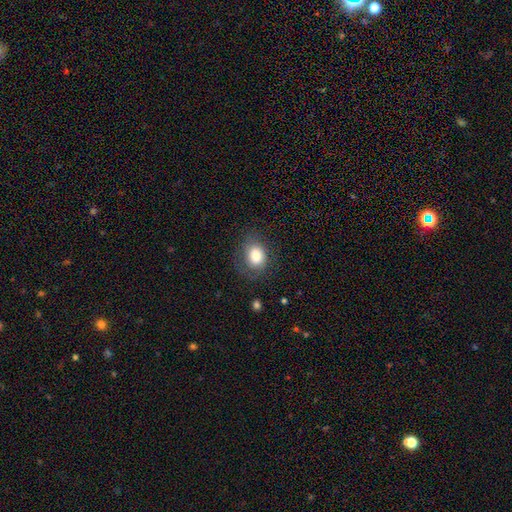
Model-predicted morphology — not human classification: This appears to be a smooth galaxy with no disk features (78%) that is in between round and cigar-shaped (58%). Merging: none (67%).